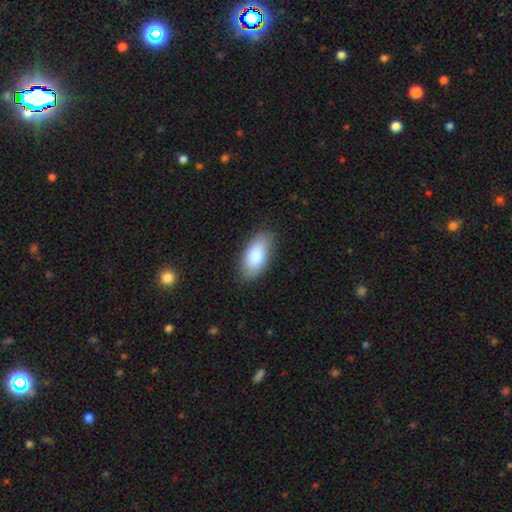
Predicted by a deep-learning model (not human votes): smooth 85%, featured or disk 9%, star or artifact 6%. Down the decision tree: how rounded — in between (92%); merging — none (83%).